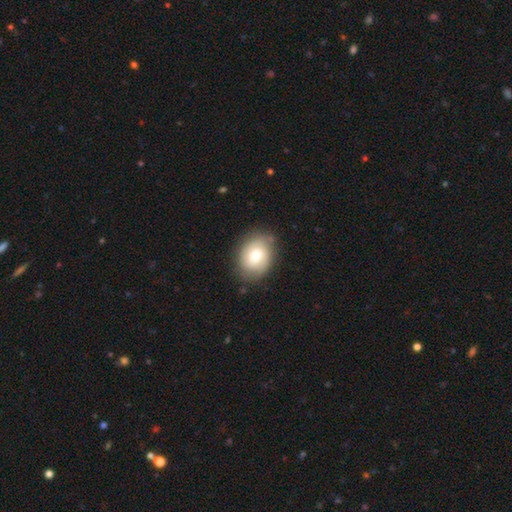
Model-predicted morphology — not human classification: smooth 67%, featured or disk 25%, star or artifact 8%. Down the decision tree: how rounded — in between (63%); merging — none (78%).